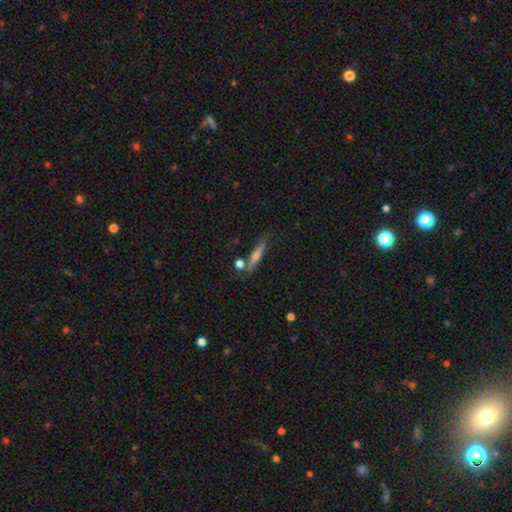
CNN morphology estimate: Smooth or featured? Predicted: featured or disk (p=0.51). Edge-on disk? Predicted: yes (p=0.94). Merging? Predicted: none (p=0.76).